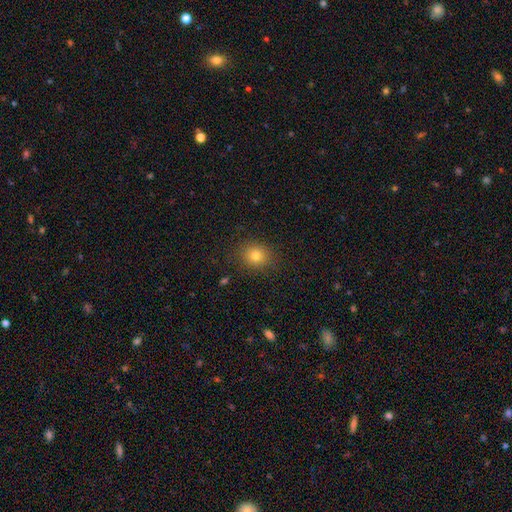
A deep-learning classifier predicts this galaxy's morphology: smooth_or_featured: smooth (p=0.78) [alt: star or artifact p=0.14]
how_rounded: round (p=0.79) [alt: in between p=0.21]
merging: none (p=0.89) [alt: minor disturbance p=0.07]